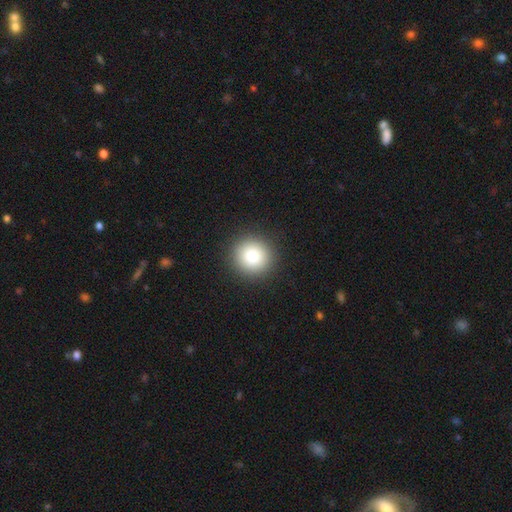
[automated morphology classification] This is clearly a smooth galaxy (85%). How rounded: clearly round (93%). Merging: clearly none (92%).